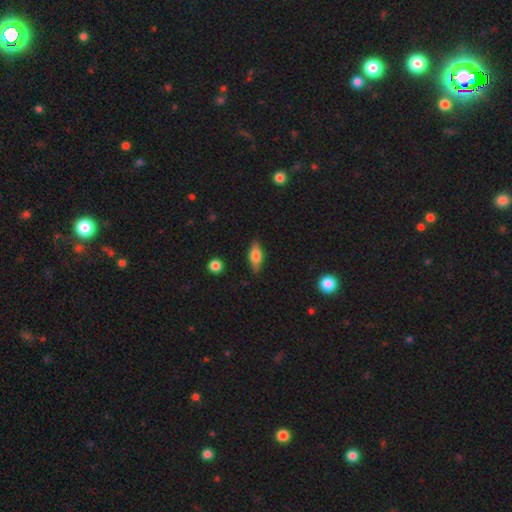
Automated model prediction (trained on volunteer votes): The model was most divided on "smooth or featured": smooth: 64%, featured or disk: 28%, star or artifact: 7%. More confident: merging — none (84%); how rounded — in between (73%).